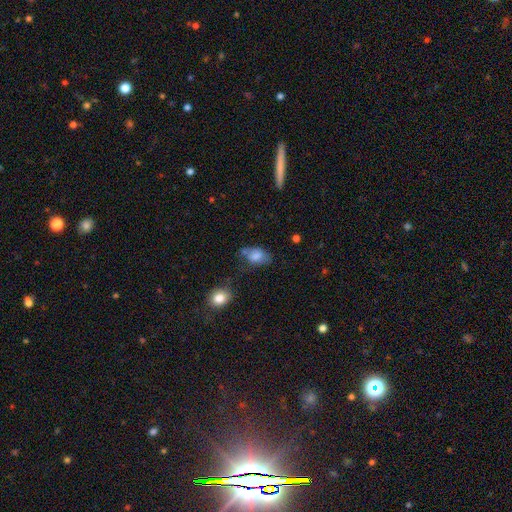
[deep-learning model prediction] Smooth or featured? Predicted: smooth (p=0.76). How rounded? Predicted: in between (p=0.88). Merging? Predicted: none (p=0.46).